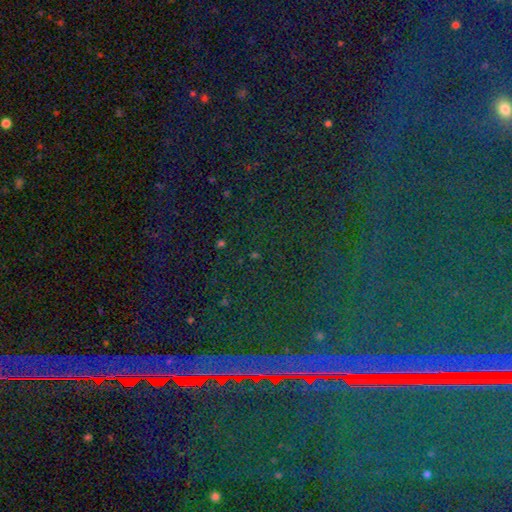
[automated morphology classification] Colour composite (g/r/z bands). It shows a star or artifact, not a galaxy (86%).